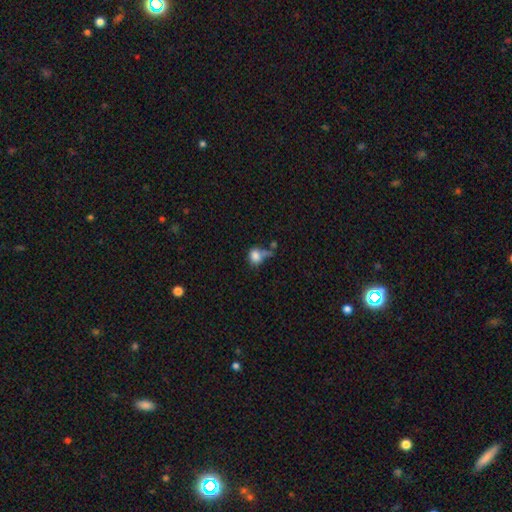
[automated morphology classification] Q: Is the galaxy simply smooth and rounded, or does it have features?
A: smooth — 79%.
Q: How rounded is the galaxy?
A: round — 59%.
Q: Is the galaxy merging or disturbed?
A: none — 33%.